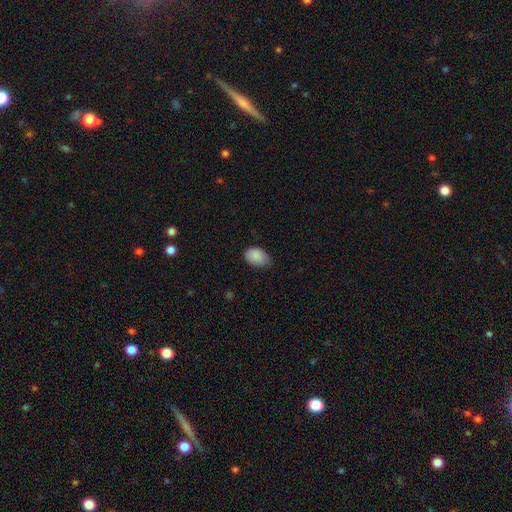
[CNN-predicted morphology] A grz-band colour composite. It shows a smooth galaxy with no disk features (89%) that is in between round and cigar-shaped (85%). Merging: none (58%).